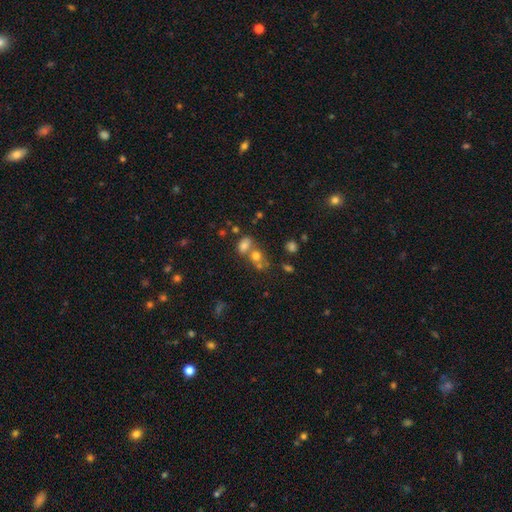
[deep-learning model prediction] Q: Smooth or featured?
A: smooth (56%); runner-up: star or artifact (27%)
Q: How rounded?
A: round (53%); runner-up: in between (44%)
Q: Merging?
A: merger (52%); runner-up: none (35%)